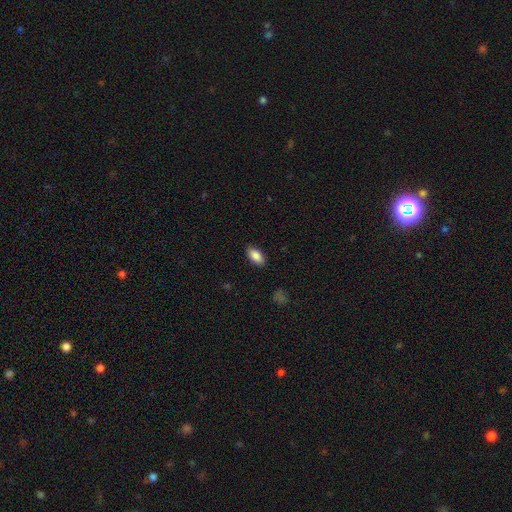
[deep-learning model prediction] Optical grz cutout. It shows a smooth galaxy with no disk features (87%) that is in between round and cigar-shaped (90%). Merging: none (88%).